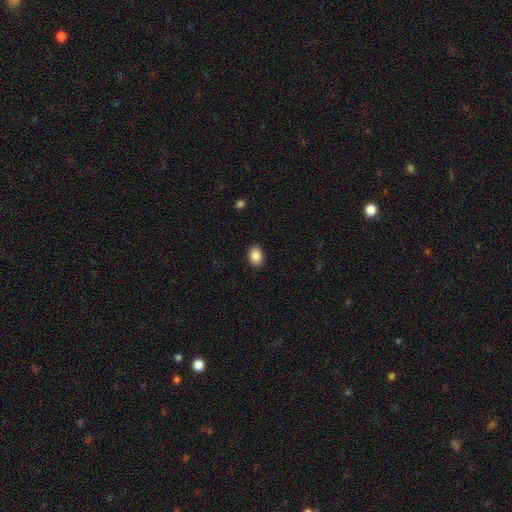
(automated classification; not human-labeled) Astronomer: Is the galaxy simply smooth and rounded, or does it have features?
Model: smooth — 89%.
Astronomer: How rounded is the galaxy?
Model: in between — 69%.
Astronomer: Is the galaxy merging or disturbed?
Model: none — 90%.